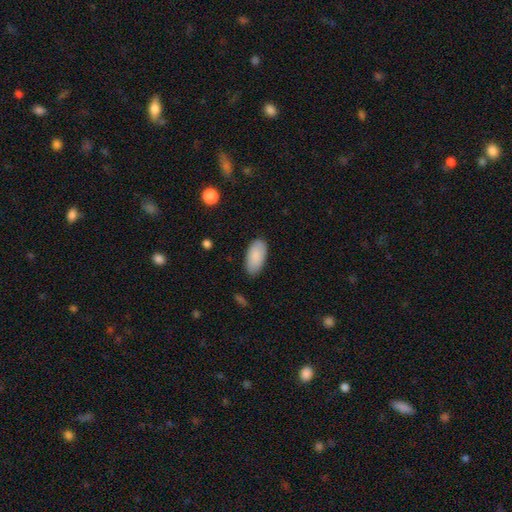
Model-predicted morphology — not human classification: Smooth or featured: smooth — 88% (star or artifact — 6%)
How rounded: in between — 94% (cigar-shaped — 4%)
Merging: none — 84% (minor disturbance — 12%)